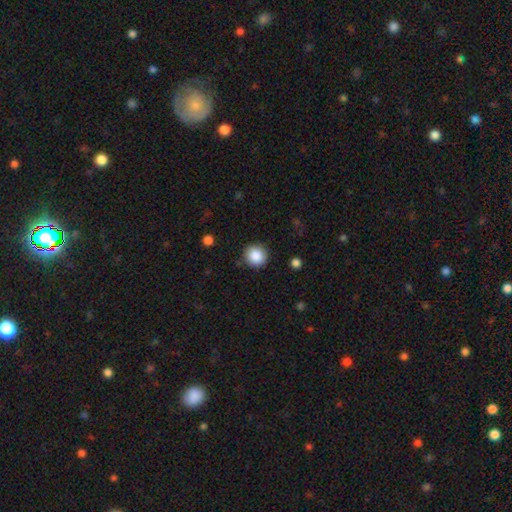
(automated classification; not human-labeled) Morphology: type=smooth (87%); roundness=round (93%); merging=none (88%).